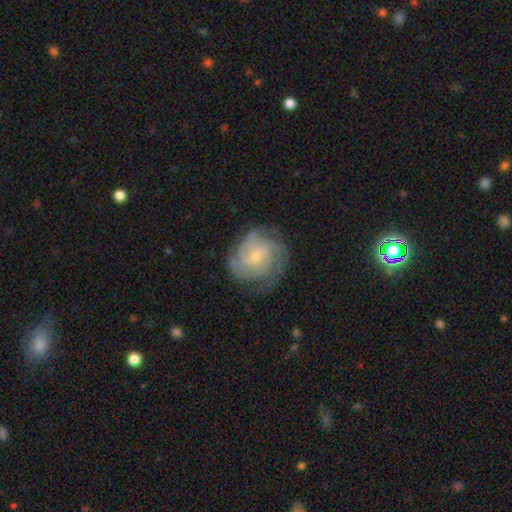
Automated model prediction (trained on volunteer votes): smooth_or_featured: featured or disk (p=0.83) [alt: smooth p=0.11]
disk_edge_on: no (p=0.98) [alt: yes p=0.02]
bar: no (p=0.59) [alt: weak p=0.36]
has_spiral_arms: yes (p=0.96) [alt: no p=0.04]
spiral_winding: tight (p=0.63) [alt: medium p=0.31]
spiral_arm_count: 4 (p=0.28) [alt: 3 p=0.27]
bulge_size: small (p=0.66) [alt: moderate p=0.29]
merging: none (p=0.76) [alt: minor disturbance p=0.17]